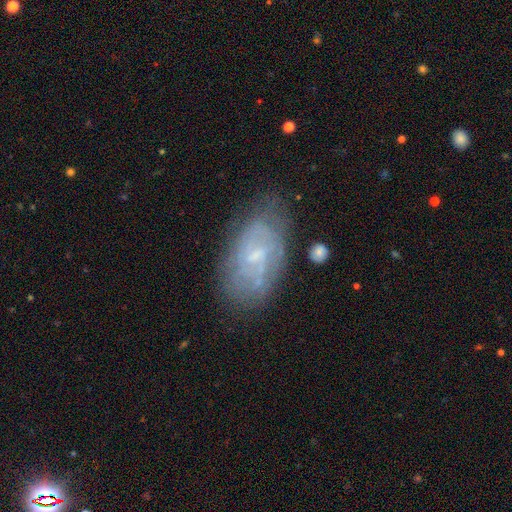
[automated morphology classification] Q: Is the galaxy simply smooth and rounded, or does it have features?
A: featured or disk — 63%.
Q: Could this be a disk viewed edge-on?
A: no — 95%.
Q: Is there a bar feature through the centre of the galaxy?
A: no — 50%.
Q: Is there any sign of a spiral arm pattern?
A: yes — 63%.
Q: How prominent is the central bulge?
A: small — 56%.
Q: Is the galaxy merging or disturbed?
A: none — 63%.